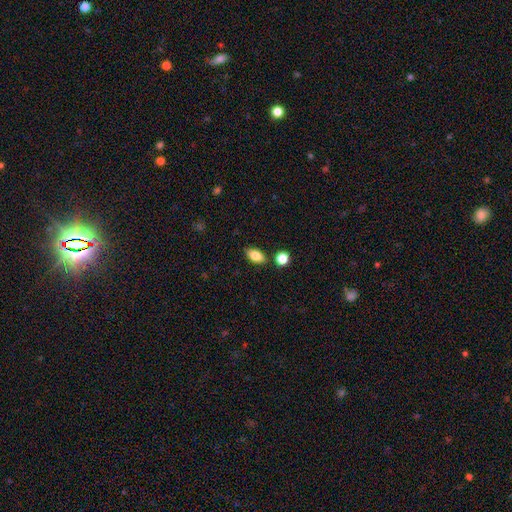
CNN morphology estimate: This appears to be a smooth galaxy with no disk features (84%) that is in between round and cigar-shaped (89%). Merging: none (83%).